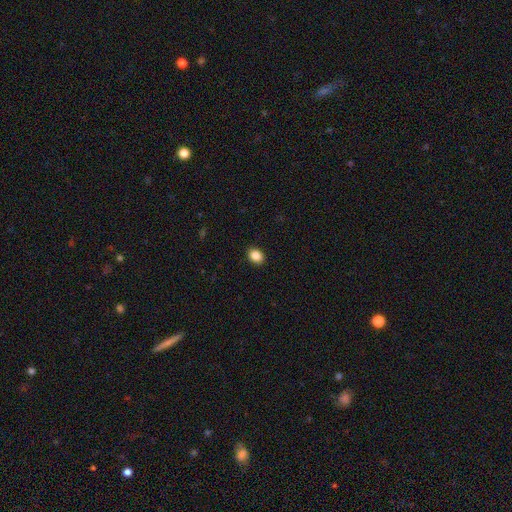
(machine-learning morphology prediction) A smooth galaxy with no disk features (87%) that is in between round and cigar-shaped (61%). Merging: none (91%).